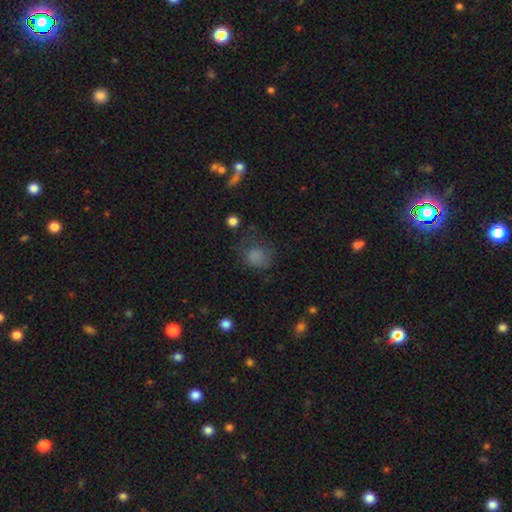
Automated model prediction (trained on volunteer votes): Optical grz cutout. It shows a smooth galaxy with no disk features (77%) that is round (71%). Merging: none (48%).